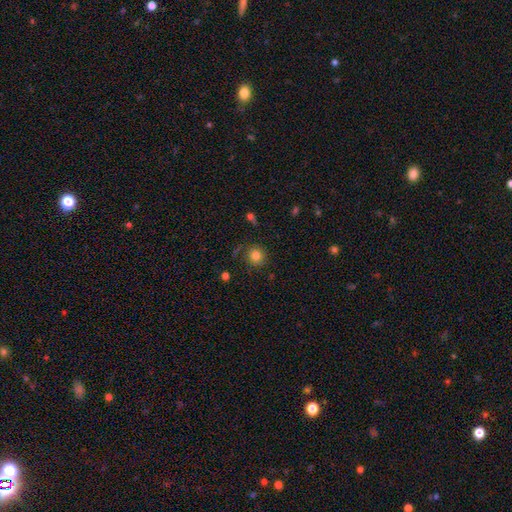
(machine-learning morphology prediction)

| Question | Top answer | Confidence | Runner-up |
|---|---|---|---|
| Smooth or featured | smooth | 81% | star or artifact (12%) |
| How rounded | round | 91% | in between (8%) |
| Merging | none | 85% | minor disturbance (9%) |